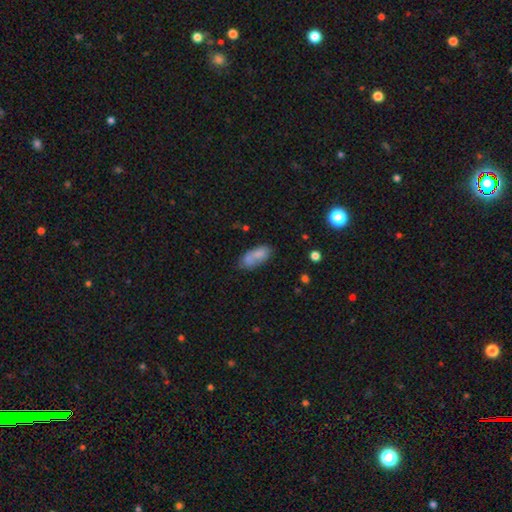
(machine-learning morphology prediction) smooth 72%, featured or disk 19%, star or artifact 9%. Down the decision tree: how rounded — in between (87%); merging — none (48%).